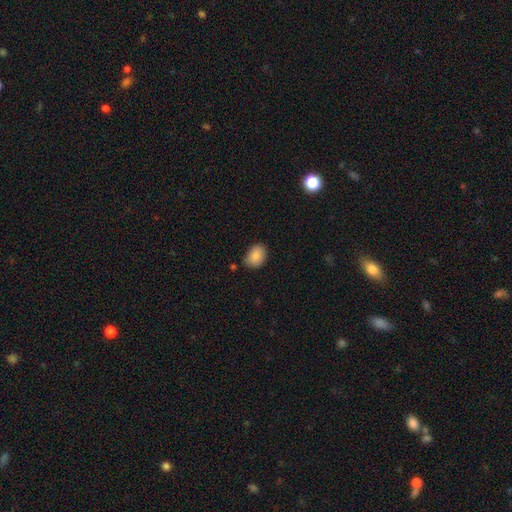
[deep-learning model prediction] The model was most divided on "how rounded": in between: 71%, round: 28%, cigar-shaped: 1%. More confident: smooth or featured — smooth (87%); merging — none (79%).